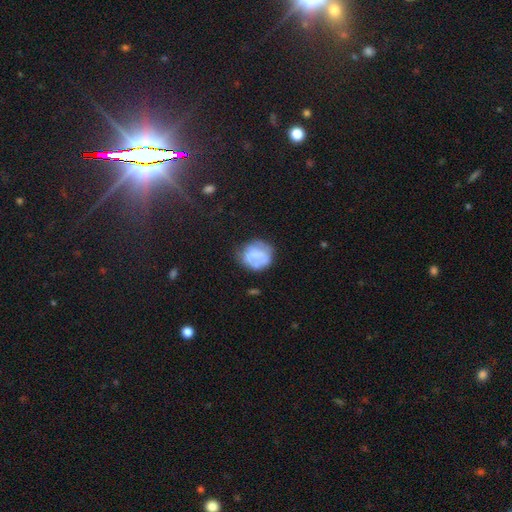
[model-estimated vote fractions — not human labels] The model was most divided on "smooth or featured": smooth: 51%, featured or disk: 41%, star or artifact: 9%. More confident: how rounded — round (73%); merging — none (53%).